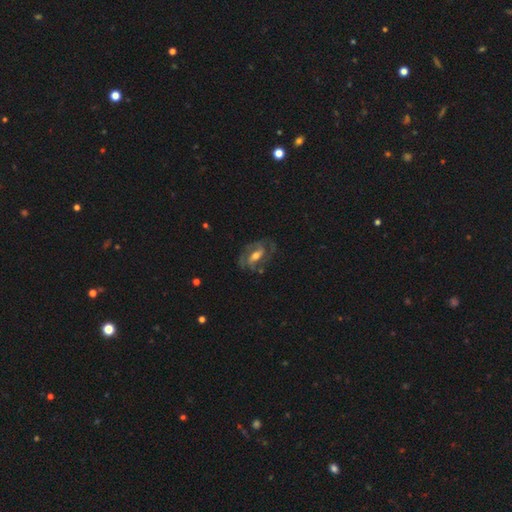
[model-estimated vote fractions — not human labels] featured or disk 84%, smooth 10%, star or artifact 5%. Down the decision tree: edge-on disk — no (95%); bar — weak (40%); spiral arms — yes (93%); spiral arm count — 2 (72%); spiral winding — medium (49%); bulge size — moderate (65%); merging — none (67%).